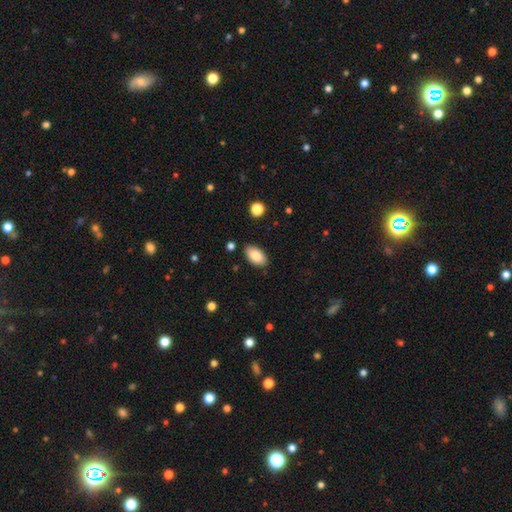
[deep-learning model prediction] smooth-or-featured: smooth: 86% | featured or disk: 7% | star or artifact: 7%
  how-rounded: in between: 94% | round: 4% | cigar-shaped: 2%
  merging: none: 85% | minor disturbance: 11% | major disturbance: 2% | merger: 2%